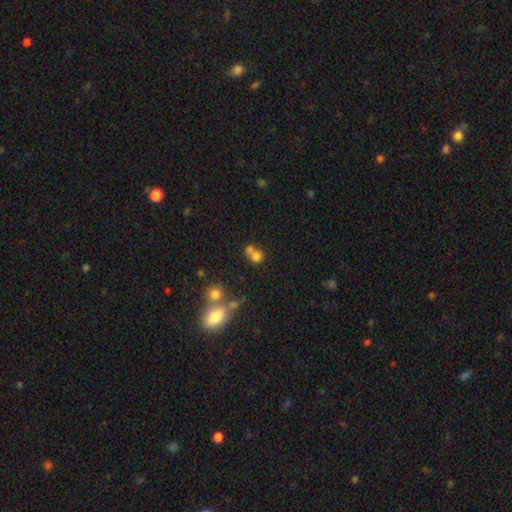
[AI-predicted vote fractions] smooth-or-featured: smooth: 71% | star or artifact: 16% | featured or disk: 12%
  how-rounded: round: 76% | in between: 23% | cigar-shaped: 1%
  merging: merger: 47% | none: 40% | minor disturbance: 8% | major disturbance: 5%